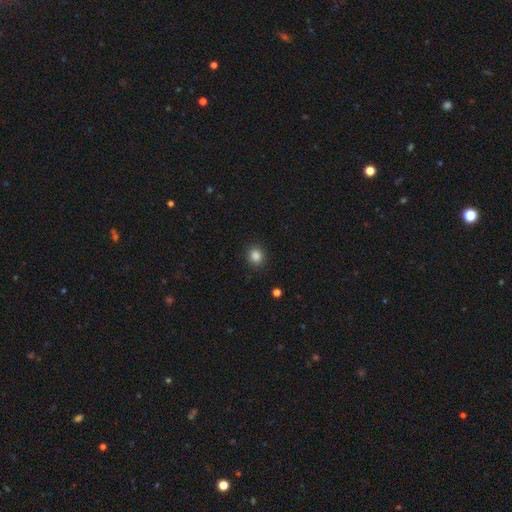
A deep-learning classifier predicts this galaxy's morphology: smooth_or_featured: smooth (p=0.85) [alt: star or artifact p=0.11]
how_rounded: round (p=0.84) [alt: in between p=0.15]
merging: none (p=0.90) [alt: minor disturbance p=0.07]